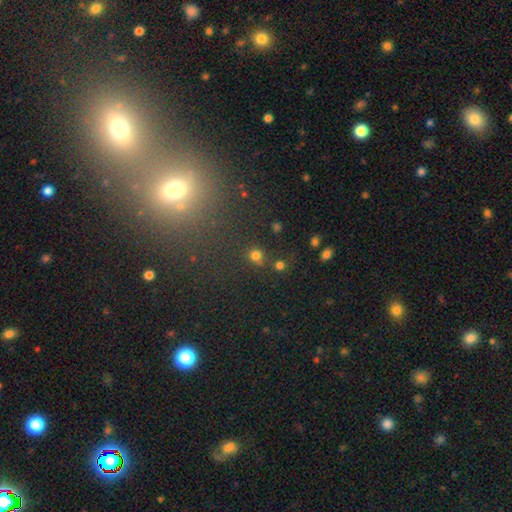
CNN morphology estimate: Smooth or featured?
  - smooth: 74% *
  - star or artifact: 20%
  - featured or disk: 6%
How rounded?
  - round: 89% *
  - in between: 10%
  - cigar-shaped: 1%
Merging?
  - none: 71% *
  - merger: 15%
  - minor disturbance: 10%
  - major disturbance: 5%